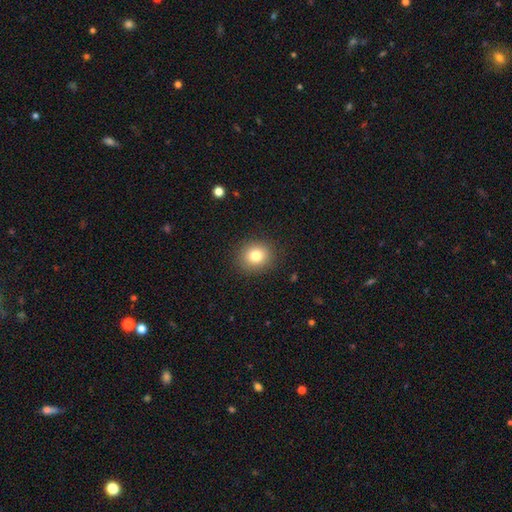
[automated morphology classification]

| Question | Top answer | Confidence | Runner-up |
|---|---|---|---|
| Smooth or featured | smooth | 80% | star or artifact (11%) |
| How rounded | round | 79% | in between (20%) |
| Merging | none | 89% | minor disturbance (7%) |